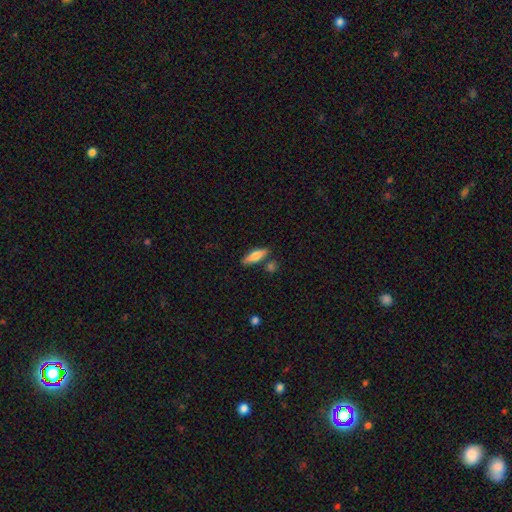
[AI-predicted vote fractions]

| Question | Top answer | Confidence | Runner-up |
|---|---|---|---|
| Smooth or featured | smooth | 69% | featured or disk (24%) |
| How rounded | in between | 53% | cigar-shaped (45%) |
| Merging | none | 77% | minor disturbance (13%) |